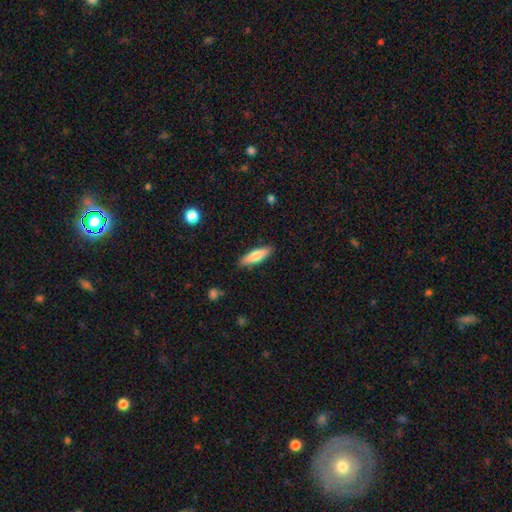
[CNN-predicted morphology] smooth 73%, featured or disk 22%, star or artifact 6%. Down the decision tree: how rounded — cigar-shaped (65%); merging — none (88%).